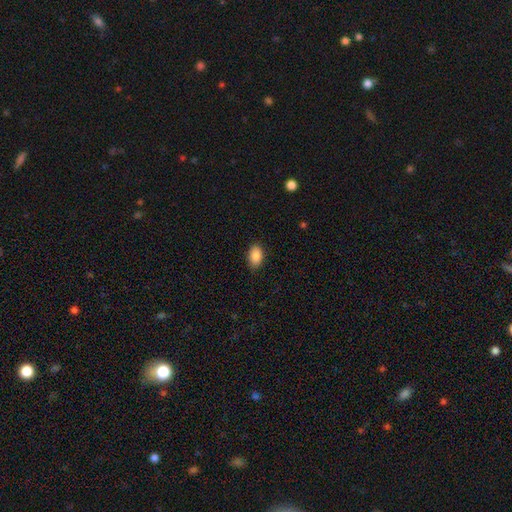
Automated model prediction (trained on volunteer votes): Smooth or featured: smooth — 89% (star or artifact — 7%)
How rounded: in between — 91% (round — 8%)
Merging: none — 86% (minor disturbance — 11%)